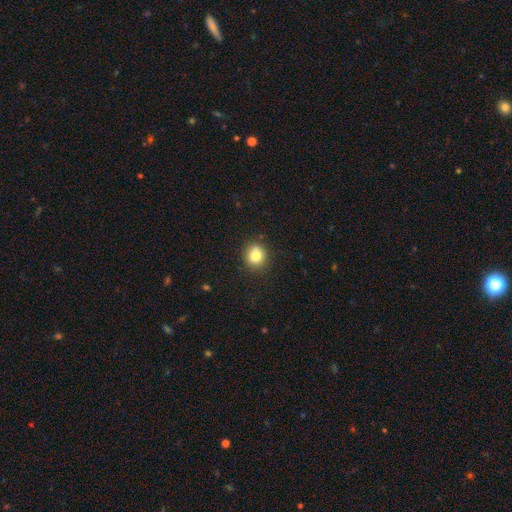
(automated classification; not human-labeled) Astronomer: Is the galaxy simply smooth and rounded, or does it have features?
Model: smooth — 82%.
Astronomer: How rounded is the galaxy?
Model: round — 86%.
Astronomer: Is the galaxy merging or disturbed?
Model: none — 85%.